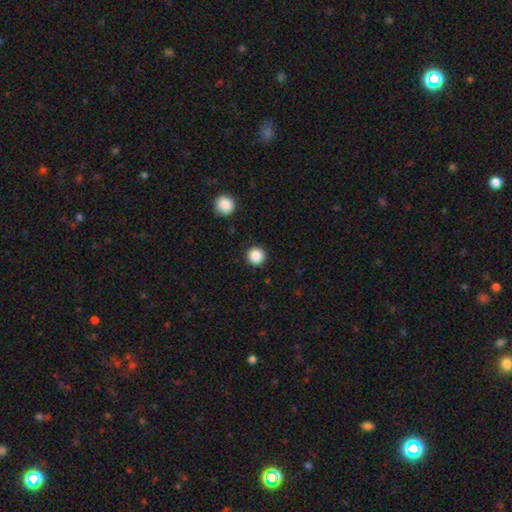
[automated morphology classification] smooth-or-featured: smooth: 87% | star or artifact: 10% | featured or disk: 3%
  how-rounded: round: 96% | in between: 3% | cigar-shaped: 1%
  merging: none: 92% | minor disturbance: 5% | major disturbance: 2% | merger: 1%